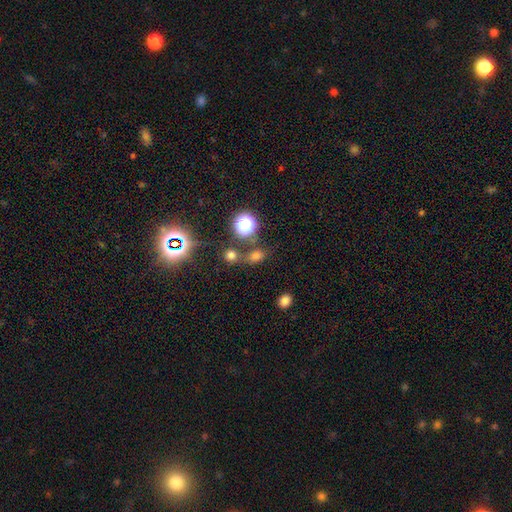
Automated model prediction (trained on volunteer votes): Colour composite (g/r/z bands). It shows a smooth galaxy with no disk features (64%) that is in between round and cigar-shaped (51%). Merging: none (59%).